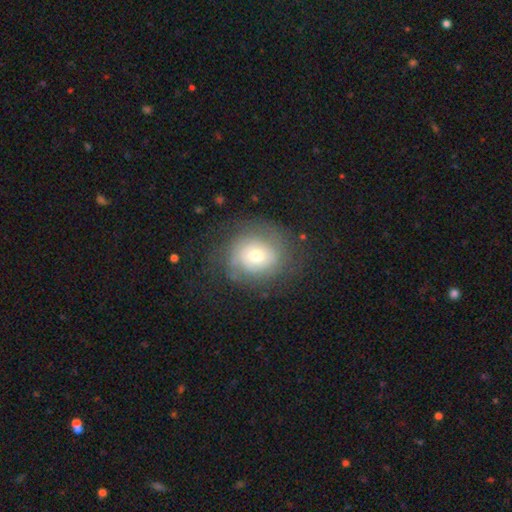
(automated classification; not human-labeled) Smooth or featured: featured or disk — 46% (smooth — 44%)
Merging: none — 67% (minor disturbance — 19%)